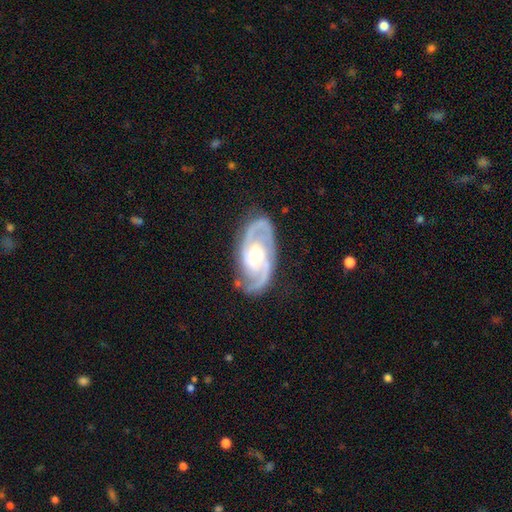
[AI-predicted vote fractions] This is clearly a featured or disk galaxy (92%). It is clearly not viewed edge-on (97%). Bar: possibly no (53%). Spiral arm pattern: clearly yes (98%). Spiral arm count: clearly 2 (89%). Spiral winding: possibly medium (49%). Central bulge: likely moderate (70%). Merging: clearly none (81%).